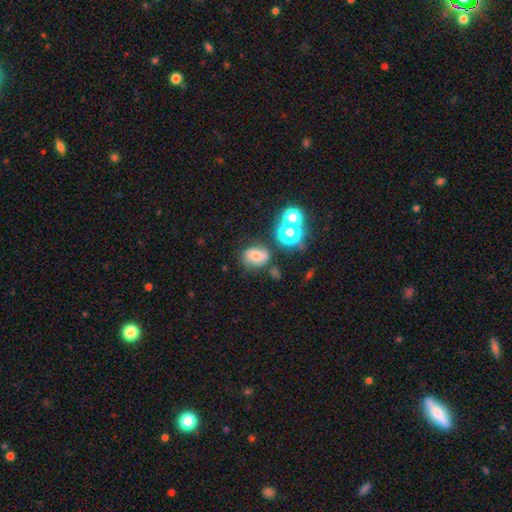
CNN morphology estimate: Smooth or featured? smooth (64%)
How rounded? in between (52%)
Merging? none (65%)